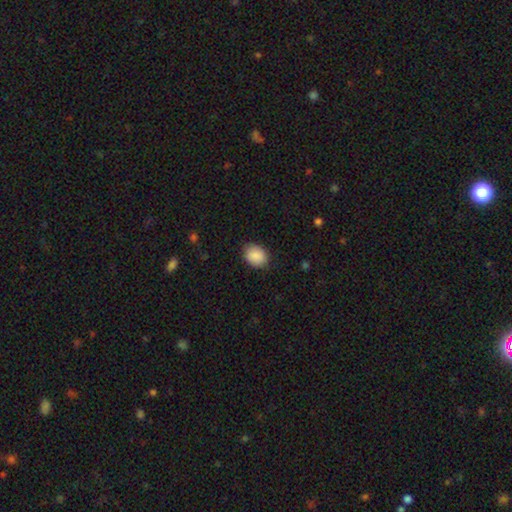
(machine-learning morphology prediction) type=smooth (89%); roundness=in between (56%); merging=none (84%).